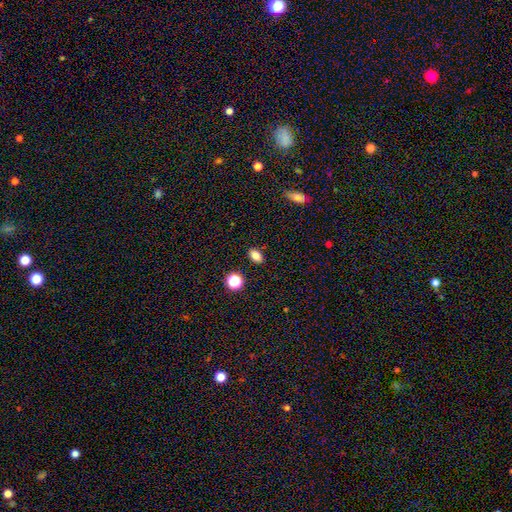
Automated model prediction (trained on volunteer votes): This is clearly a smooth galaxy (83%). How rounded: clearly in between (83%). Merging: clearly none (88%).